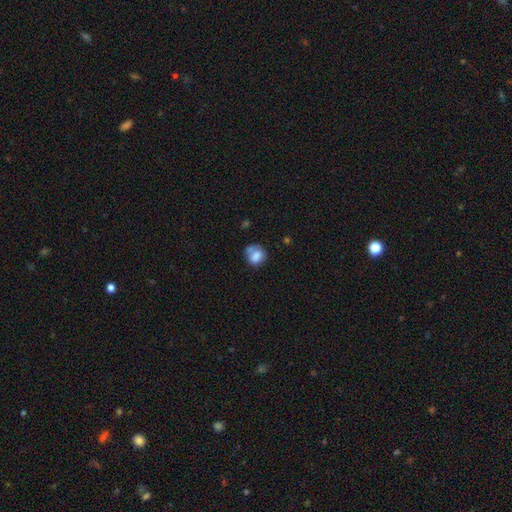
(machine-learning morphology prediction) smooth-or-featured: smooth: 76% | featured or disk: 15% | star or artifact: 9%
  how-rounded: round: 65% | in between: 34% | cigar-shaped: 1%
  merging: none: 43% | merger: 23% | minor disturbance: 22% | major disturbance: 11%